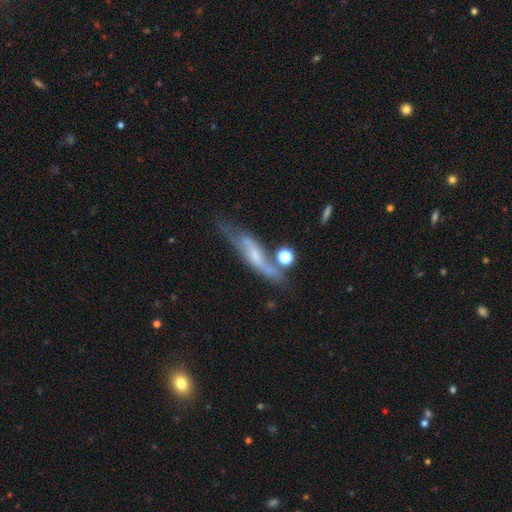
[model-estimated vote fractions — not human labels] Q: Smooth or featured?
A: featured or disk (65%); runner-up: smooth (26%)
Q: Edge-on disk?
A: yes (55%); runner-up: no (45%)
Q: Merging?
A: none (53%); runner-up: minor disturbance (24%)